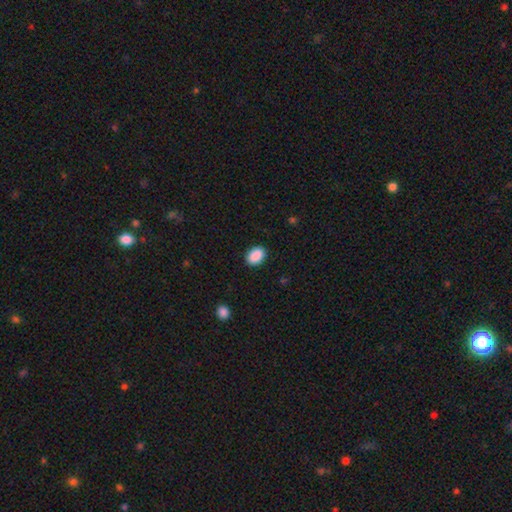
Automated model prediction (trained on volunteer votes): This is clearly a smooth galaxy (90%). How rounded: likely in between (79%). Merging: clearly none (89%).